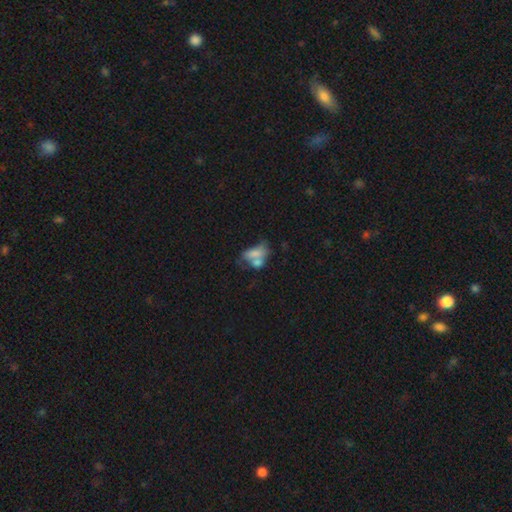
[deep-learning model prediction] smooth 64%, featured or disk 25%, star or artifact 11%. Down the decision tree: how rounded — in between (86%); merging — merger (56%).